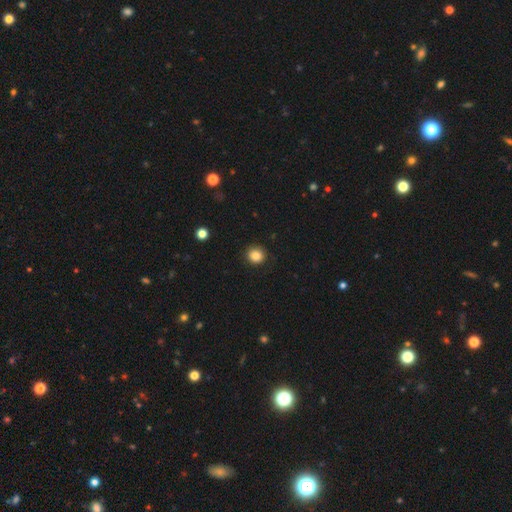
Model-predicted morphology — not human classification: The model was most divided on "smooth or featured": smooth: 85%, star or artifact: 11%, featured or disk: 5%. More confident: merging — none (90%); how rounded — round (89%).